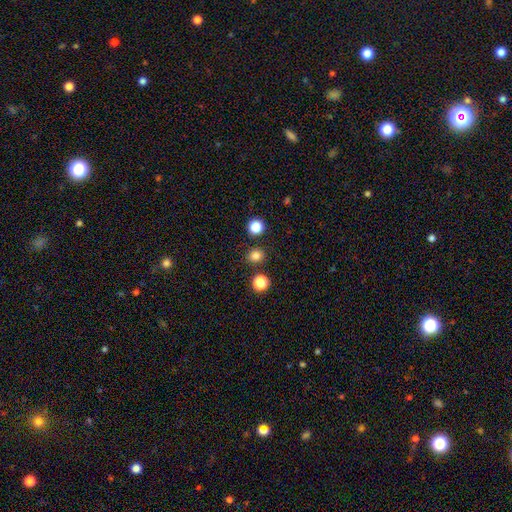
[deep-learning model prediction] smooth_or_featured: smooth (p=0.81) [alt: star or artifact p=0.15]
how_rounded: round (p=0.82) [alt: in between p=0.17]
merging: none (p=0.86) [alt: minor disturbance p=0.07]